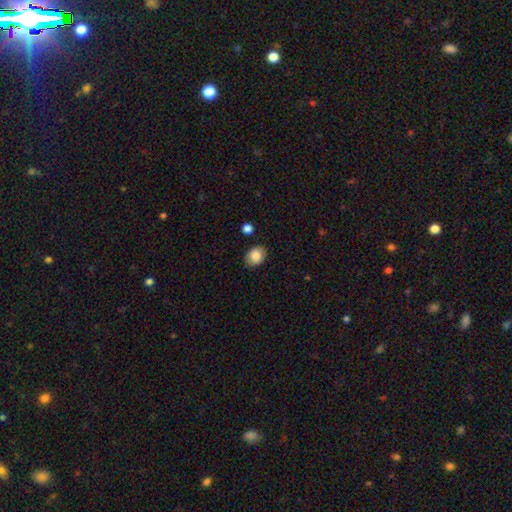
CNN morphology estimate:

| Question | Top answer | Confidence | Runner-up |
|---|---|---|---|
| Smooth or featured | smooth | 85% | star or artifact (8%) |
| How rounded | in between | 63% | round (37%) |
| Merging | none | 82% | minor disturbance (13%) |